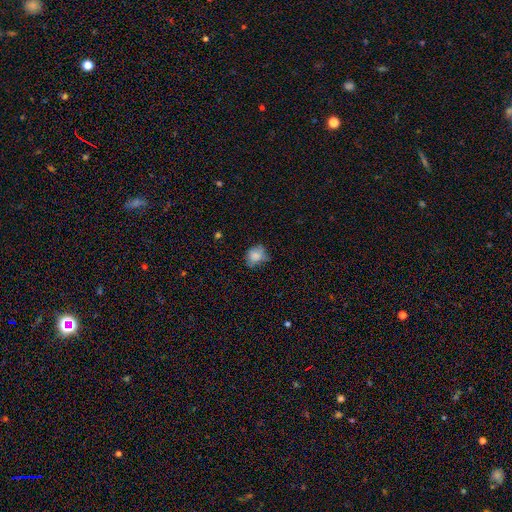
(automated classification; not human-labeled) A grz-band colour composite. It shows a smooth galaxy with no disk features (74%) that is round (52%). Merging: none (51%).